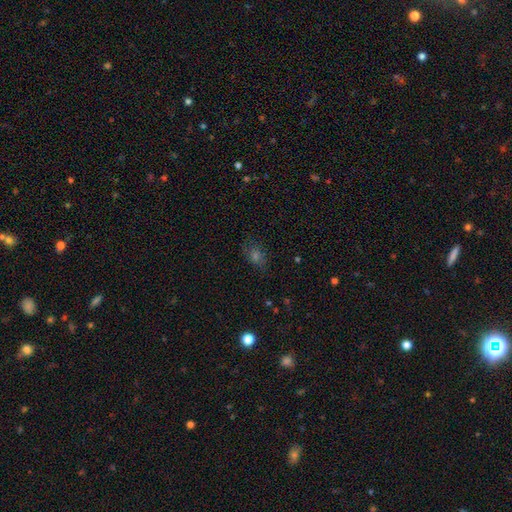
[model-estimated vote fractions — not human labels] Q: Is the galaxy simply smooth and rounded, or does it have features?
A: smooth — 52%.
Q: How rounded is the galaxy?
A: in between — 60%.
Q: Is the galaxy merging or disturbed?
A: none — 77%.